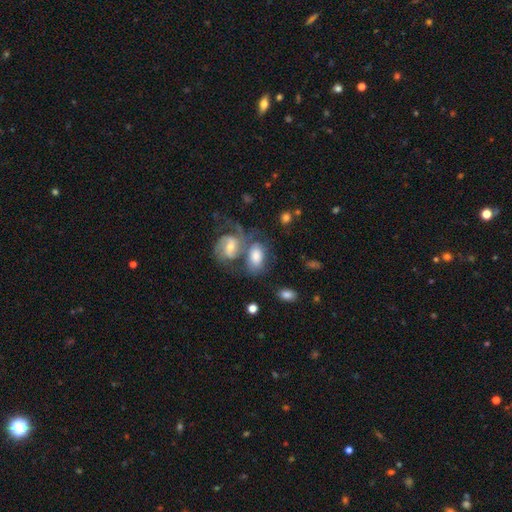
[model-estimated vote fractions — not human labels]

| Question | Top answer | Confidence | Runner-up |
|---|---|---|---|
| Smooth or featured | smooth | 46% | featured or disk (45%) |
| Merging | merger | 46% | none (31%) |